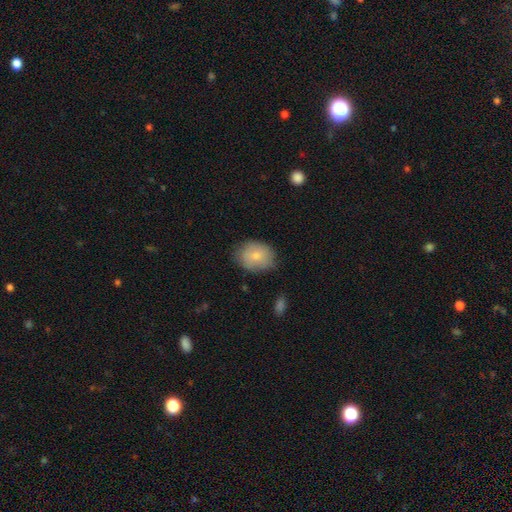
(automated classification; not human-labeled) This is likely a smooth galaxy (78%). How rounded: possibly in between (54%). Merging: likely none (72%).